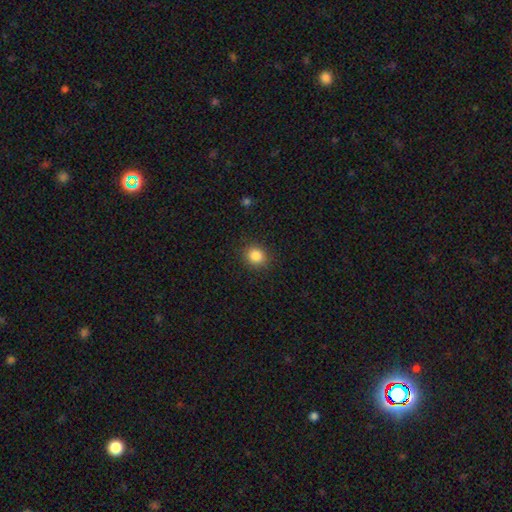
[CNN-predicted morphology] A smooth galaxy with no disk features (85%) that is round (81%). Merging: none (90%).